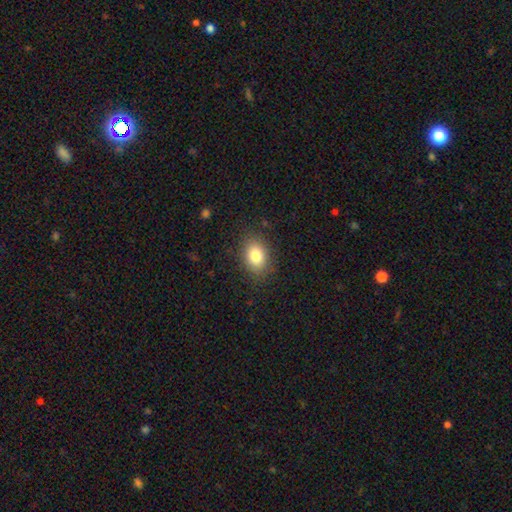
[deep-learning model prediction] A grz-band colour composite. It shows a smooth galaxy with no disk features (82%) that is in between round and cigar-shaped (76%). Merging: none (85%).